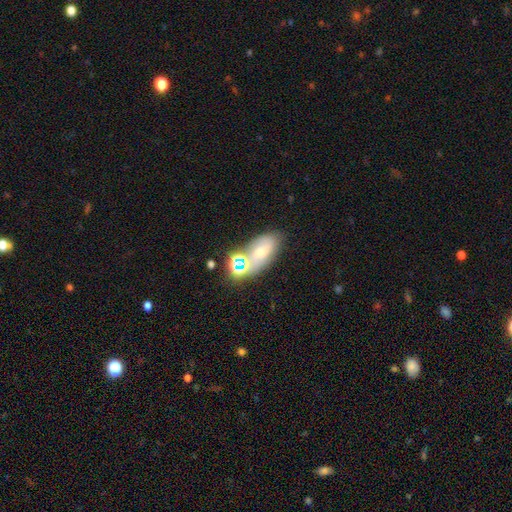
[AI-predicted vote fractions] This is possibly a smooth galaxy (47%). Merging: possibly none (49%).